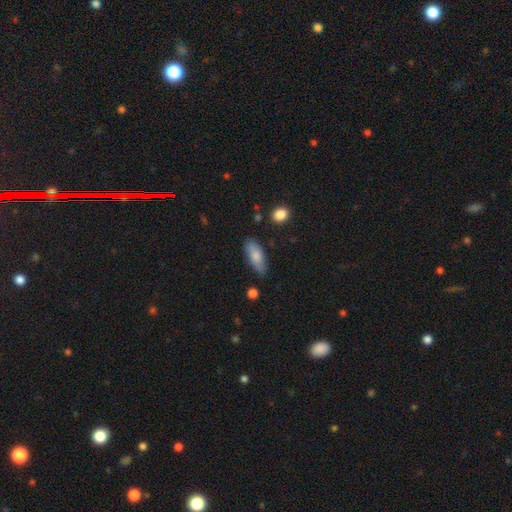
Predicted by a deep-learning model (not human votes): smooth 78%, featured or disk 16%, star or artifact 6%. Down the decision tree: how rounded — in between (76%); merging — none (76%).